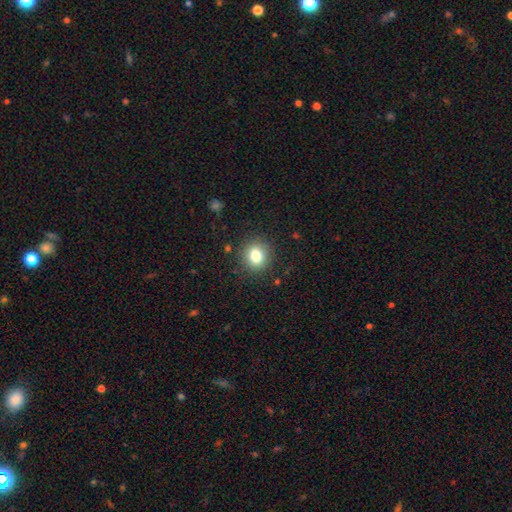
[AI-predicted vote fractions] Overall: smooth (79%). How rounded: round (82%). Merging: none (88%).